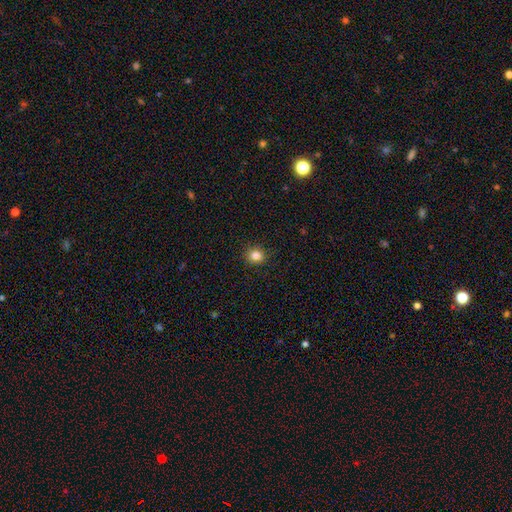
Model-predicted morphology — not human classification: Smooth or featured? Predicted: smooth (p=0.83). How rounded? Predicted: round (p=0.85). Merging? Predicted: none (p=0.90).